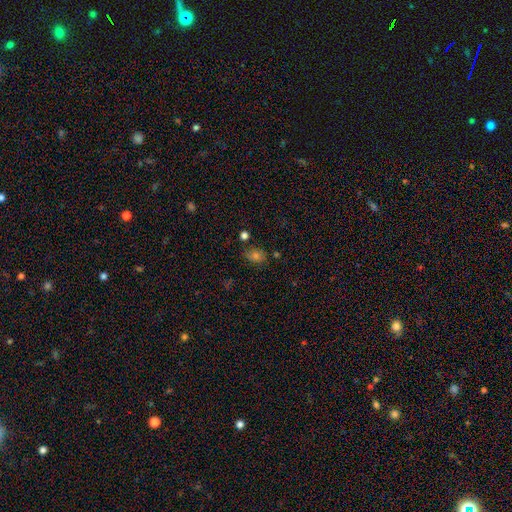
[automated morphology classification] Smooth or featured? Predicted: smooth (p=0.70). How rounded? Predicted: in between (p=0.58). Merging? Predicted: none (p=0.77).